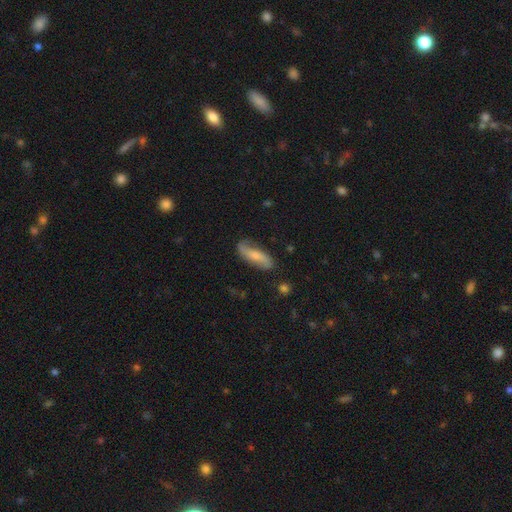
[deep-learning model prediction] This is possibly a featured or disk galaxy (56%). It is clearly not viewed edge-on (85%). Merging: likely none (70%).